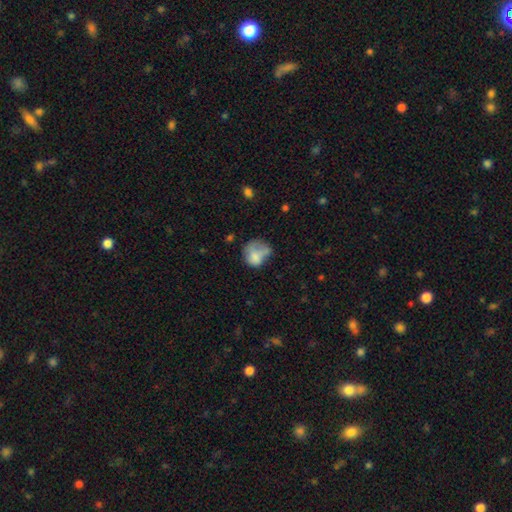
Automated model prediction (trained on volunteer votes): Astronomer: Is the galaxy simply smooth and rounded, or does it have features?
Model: smooth — 69%.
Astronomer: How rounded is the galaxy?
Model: round — 60% (runner-up: in between, 39%).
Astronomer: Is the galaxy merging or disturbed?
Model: none — 31% (runner-up: minor disturbance, 30%).